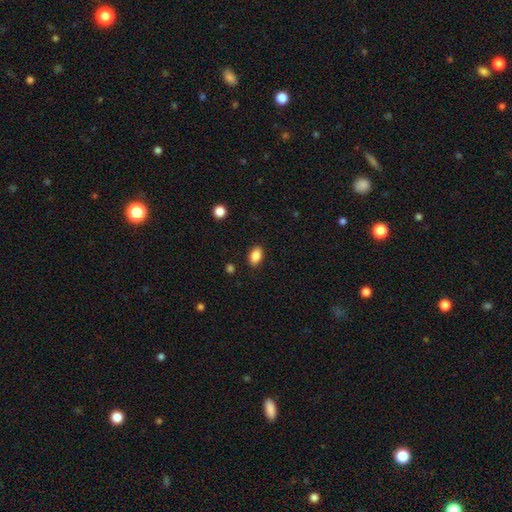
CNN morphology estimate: Smooth or featured: smooth — 87% (star or artifact — 8%)
How rounded: in between — 90% (round — 8%)
Merging: none — 88% (minor disturbance — 9%)